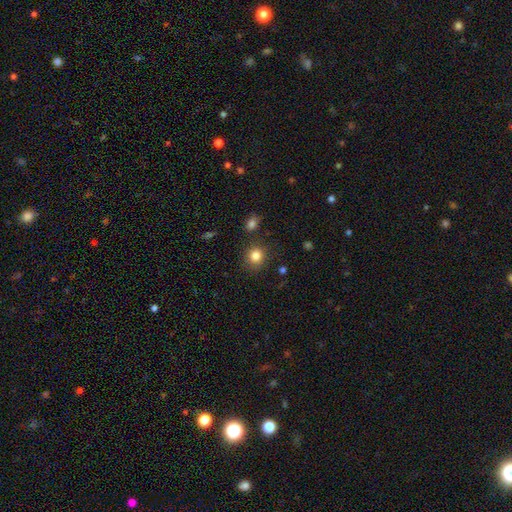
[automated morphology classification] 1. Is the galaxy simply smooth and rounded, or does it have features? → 84% smooth, 11% star or artifact, 5% featured or disk.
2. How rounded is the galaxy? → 84% round, 15% in between, 1% cigar-shaped.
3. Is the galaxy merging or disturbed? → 82% none, 11% minor disturbance, 4% merger, 3% major disturbance.